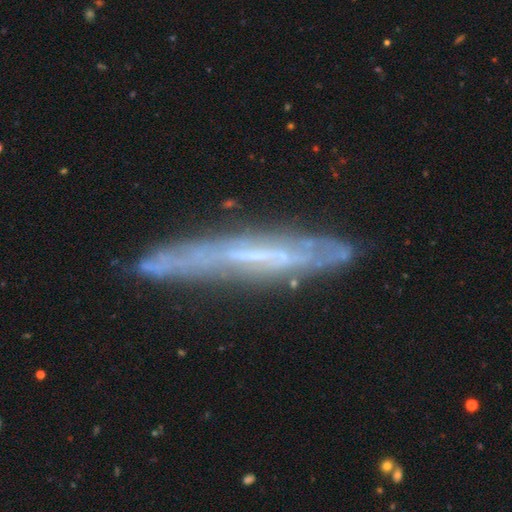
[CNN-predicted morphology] Smooth or featured: featured or disk — 69% (smooth — 22%)
Edge-on disk: yes — 75% (no — 25%)
Edge-on bulge: none — 81% (rounded — 12%)
Merging: none — 76% (minor disturbance — 17%)